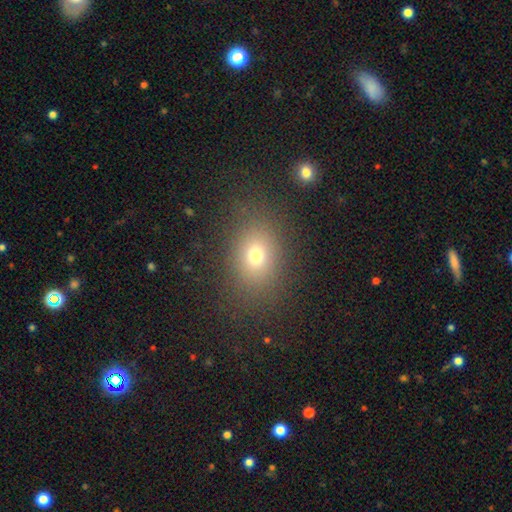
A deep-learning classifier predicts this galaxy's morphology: smooth_or_featured: smooth (p=0.72) [alt: star or artifact p=0.17]
how_rounded: in between (p=0.65) [alt: round p=0.34]
merging: none (p=0.82) [alt: minor disturbance p=0.10]